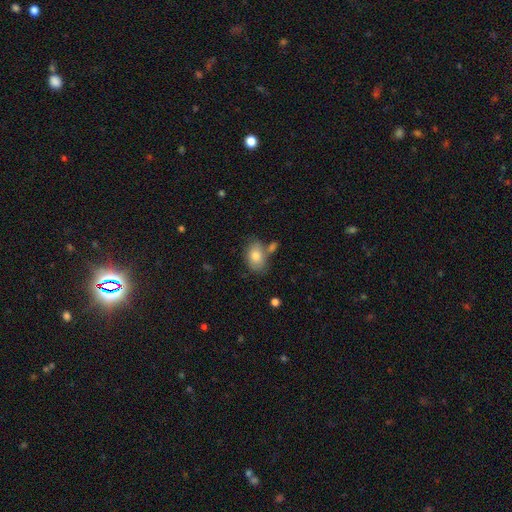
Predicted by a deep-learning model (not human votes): smooth 80%, featured or disk 13%, star or artifact 7%. Down the decision tree: how rounded — in between (83%); merging — none (59%).